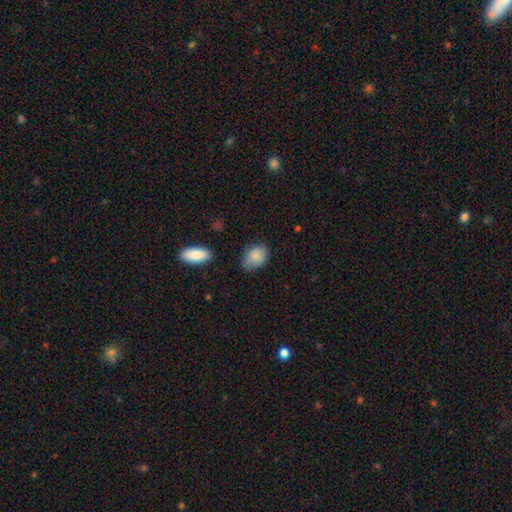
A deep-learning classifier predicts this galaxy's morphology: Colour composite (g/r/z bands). It shows a smooth galaxy with no disk features (85%) that is in between round and cigar-shaped (75%). Merging: none (63%).